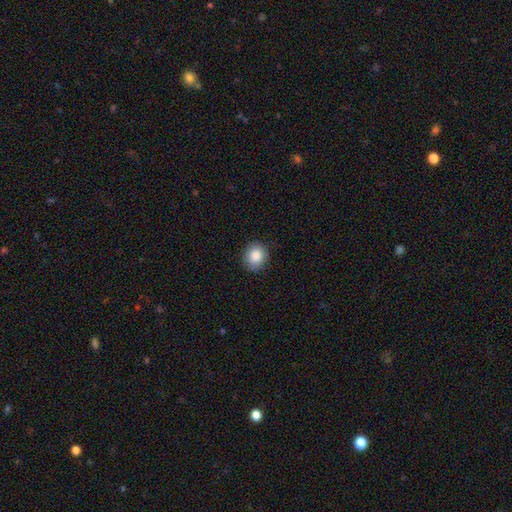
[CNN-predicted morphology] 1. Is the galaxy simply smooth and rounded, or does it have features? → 87% smooth, 9% star or artifact, 5% featured or disk.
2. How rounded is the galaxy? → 78% round, 21% in between, 1% cigar-shaped.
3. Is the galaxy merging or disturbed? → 86% none, 11% minor disturbance, 2% major disturbance, 1% merger.